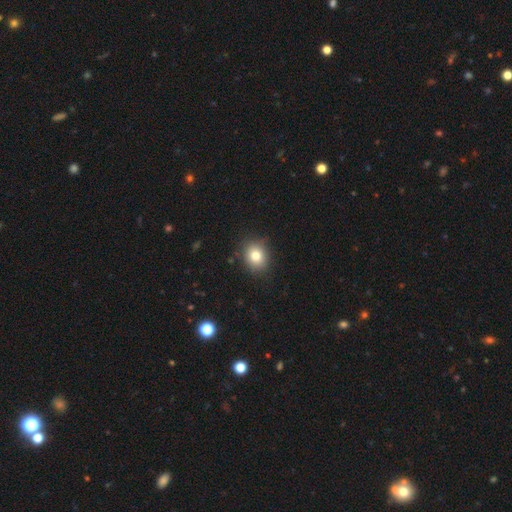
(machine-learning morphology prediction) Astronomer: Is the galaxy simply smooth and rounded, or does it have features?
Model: smooth — 80%.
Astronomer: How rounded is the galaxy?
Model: round — 65%.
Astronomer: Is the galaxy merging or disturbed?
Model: none — 86%.